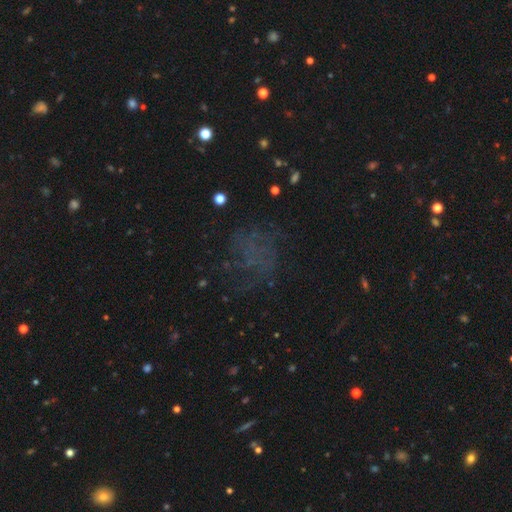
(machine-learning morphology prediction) smooth_or_featured: star or artifact (p=0.40) [alt: smooth p=0.34]